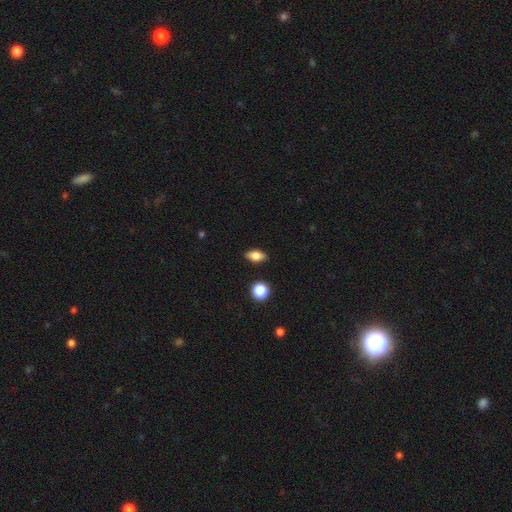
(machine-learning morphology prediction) The model was most divided on "smooth or featured": smooth: 81%, featured or disk: 10%, star or artifact: 9%. More confident: merging — none (87%); how rounded — in between (85%).